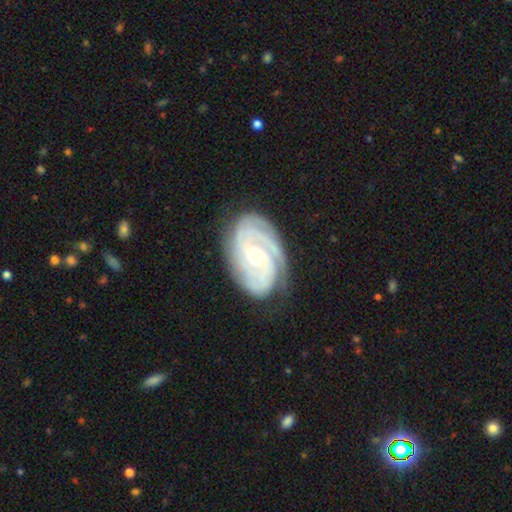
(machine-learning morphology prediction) This is clearly a featured or disk galaxy (89%). It is clearly not viewed edge-on (97%). Bar: possibly no (48%). Spiral arm pattern: clearly yes (98%). Spiral arm count: marginally 3 (30%). Spiral winding: likely tight (74%). Central bulge: possibly moderate (54%). Merging: likely none (76%).